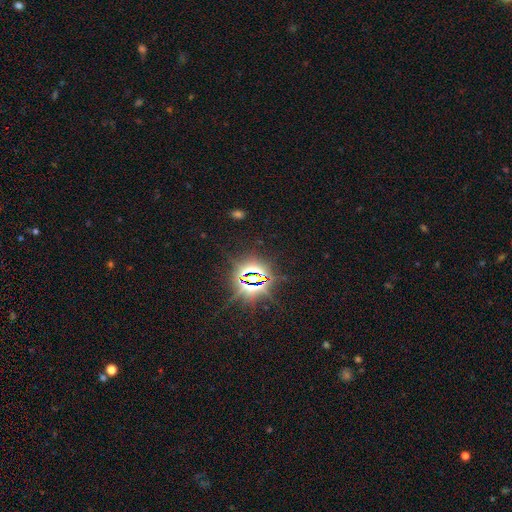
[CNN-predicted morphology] smooth_or_featured: star or artifact (p=0.84) [alt: smooth p=0.09]